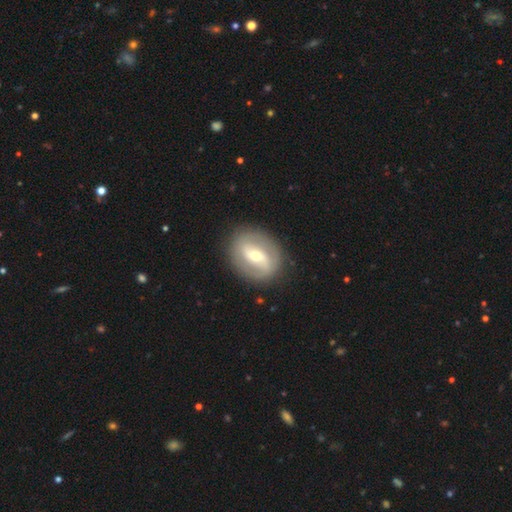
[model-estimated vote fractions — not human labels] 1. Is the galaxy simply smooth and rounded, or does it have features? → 68% featured or disk, 26% smooth, 6% star or artifact.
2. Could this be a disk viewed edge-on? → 94% no, 6% yes.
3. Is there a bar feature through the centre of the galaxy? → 41% strong, 38% weak, 22% no.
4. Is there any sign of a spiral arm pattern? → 64% yes, 36% no.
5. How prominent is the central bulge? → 52% moderate, 43% small, 3% large, 1% dominant, 1% none.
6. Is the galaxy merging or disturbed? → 85% none, 10% minor disturbance, 4% major disturbance, 1% merger.